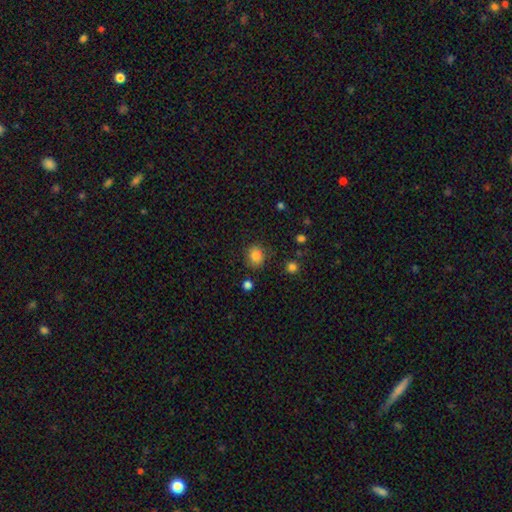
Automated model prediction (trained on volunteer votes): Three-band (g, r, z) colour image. It shows a smooth galaxy with no disk features (83%) that is round (67%). Merging: none (79%).